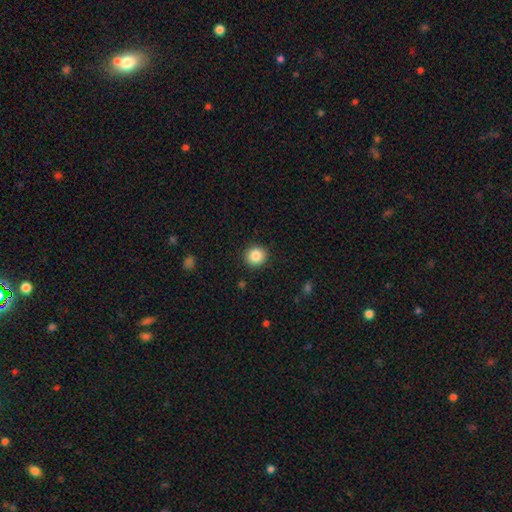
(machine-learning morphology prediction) Smooth or featured?
  - smooth: 86% *
  - star or artifact: 9%
  - featured or disk: 5%
How rounded?
  - round: 89% *
  - in between: 10%
  - cigar-shaped: 1%
Merging?
  - none: 91% *
  - minor disturbance: 6%
  - major disturbance: 2%
  - merger: 1%